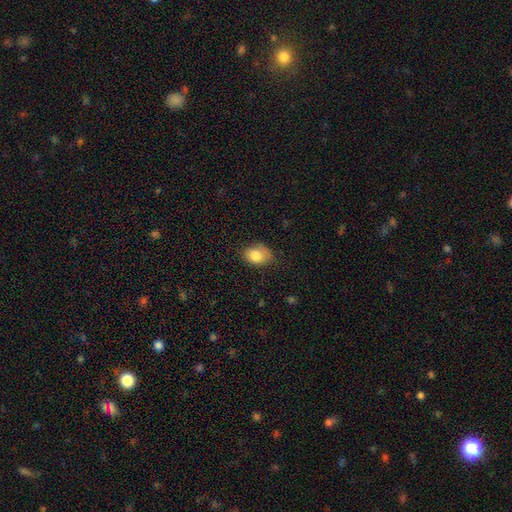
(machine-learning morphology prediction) This appears to be a smooth galaxy with no disk features (82%) that is in between round and cigar-shaped (73%). Merging: none (62%).